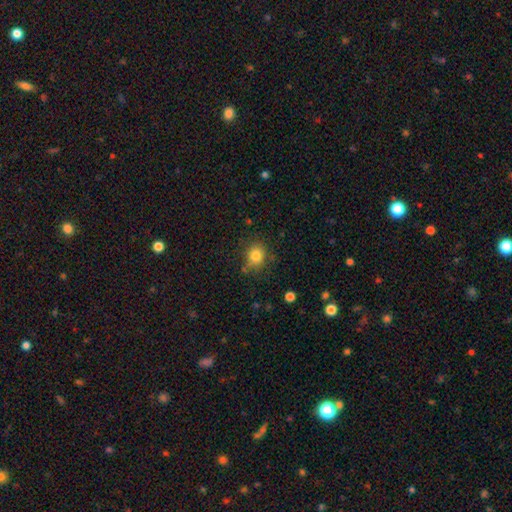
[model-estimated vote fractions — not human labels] smooth 82%, star or artifact 11%, featured or disk 7%. Down the decision tree: how rounded — round (68%); merging — none (77%).